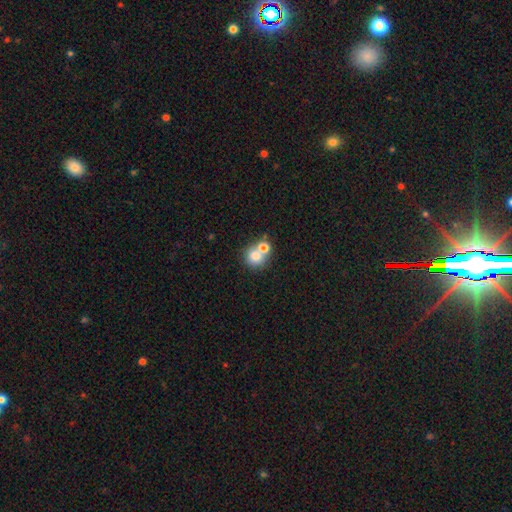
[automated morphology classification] smooth-or-featured: smooth: 76% | featured or disk: 13% | star or artifact: 12%
  how-rounded: round: 83% | in between: 16% | cigar-shaped: 1%
  merging: merger: 46% | none: 43% | minor disturbance: 7% | major disturbance: 4%